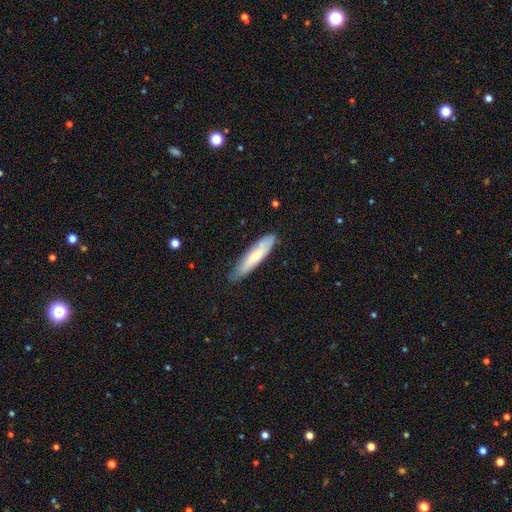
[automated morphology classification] smooth 63%, featured or disk 32%, star or artifact 6%. Down the decision tree: how rounded — cigar-shaped (78%); merging — none (75%).